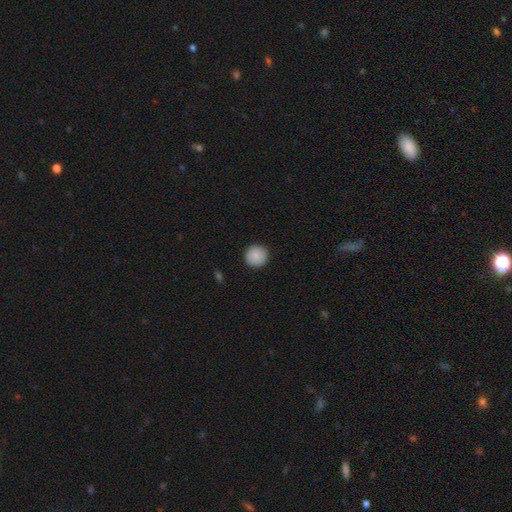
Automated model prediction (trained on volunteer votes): Smooth or featured?
  - smooth: 89% *
  - star or artifact: 7%
  - featured or disk: 4%
How rounded?
  - round: 95% *
  - in between: 4%
  - cigar-shaped: 1%
Merging?
  - none: 93% *
  - minor disturbance: 5%
  - major disturbance: 2%
  - merger: 1%